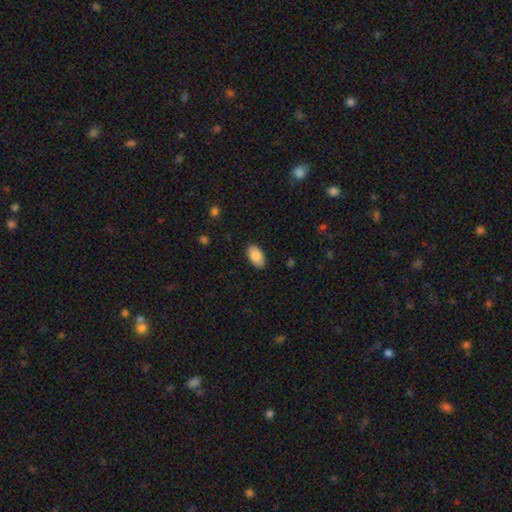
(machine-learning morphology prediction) Smooth or featured? Predicted: smooth (p=0.87). How rounded? Predicted: in between (p=0.95). Merging? Predicted: none (p=0.88).